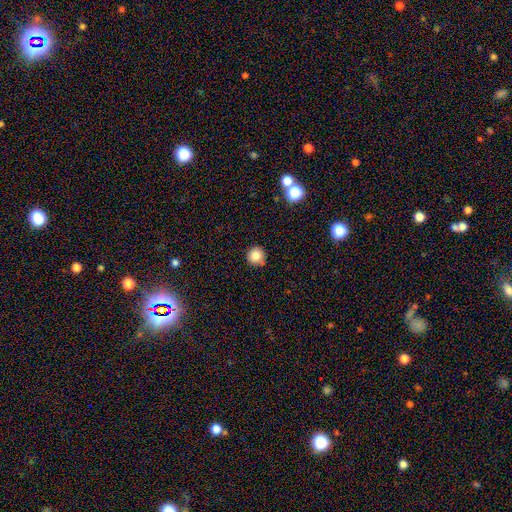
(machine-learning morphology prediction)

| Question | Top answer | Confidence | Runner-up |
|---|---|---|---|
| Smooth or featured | smooth | 82% | star or artifact (11%) |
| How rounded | round | 95% | in between (4%) |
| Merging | none | 86% | minor disturbance (9%) |